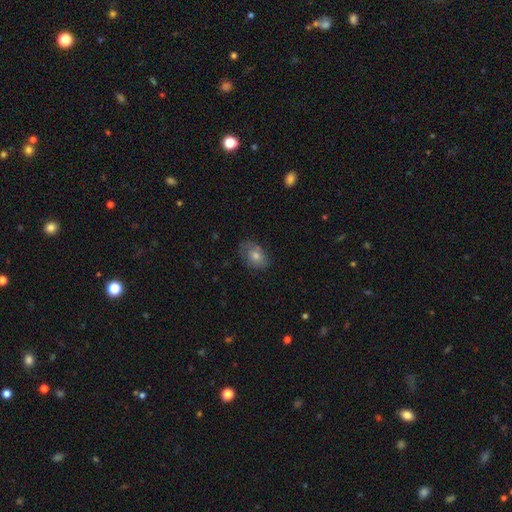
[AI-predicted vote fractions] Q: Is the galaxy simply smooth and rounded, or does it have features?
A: smooth — 57%.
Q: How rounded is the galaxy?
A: in between — 76%.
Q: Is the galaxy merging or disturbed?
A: none — 72%.